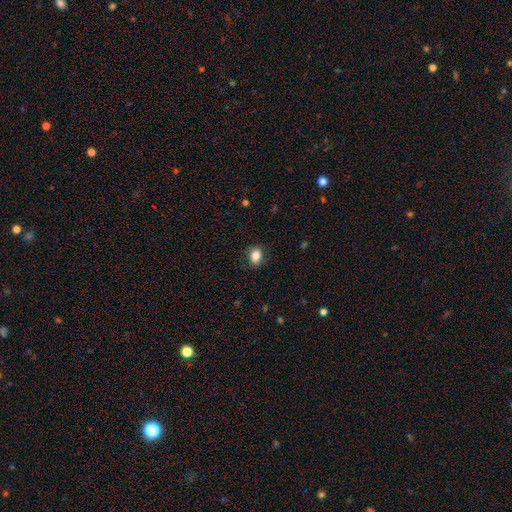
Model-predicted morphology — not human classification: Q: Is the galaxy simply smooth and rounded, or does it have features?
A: smooth — 84%.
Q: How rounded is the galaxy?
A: in between — 64%.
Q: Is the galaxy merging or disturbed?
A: none — 82%.